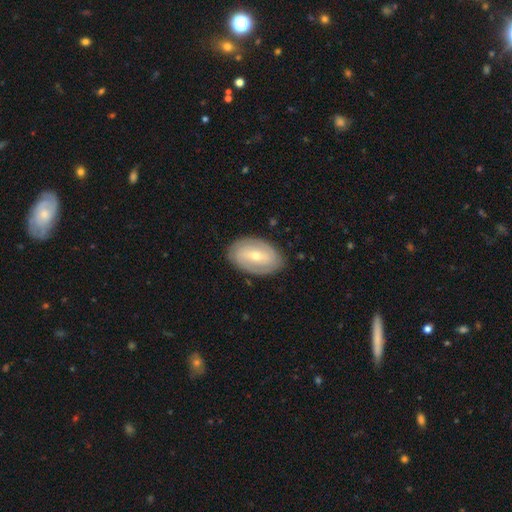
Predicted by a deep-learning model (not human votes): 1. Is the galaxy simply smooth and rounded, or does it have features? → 64% featured or disk, 30% smooth, 6% star or artifact.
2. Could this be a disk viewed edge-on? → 93% no, 7% yes.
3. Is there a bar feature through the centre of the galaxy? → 42% weak, 31% strong, 27% no.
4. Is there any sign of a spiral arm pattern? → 65% yes, 35% no.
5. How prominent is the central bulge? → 54% small, 43% moderate, 1% large, 1% none, 1% dominant.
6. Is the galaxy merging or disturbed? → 84% none, 12% minor disturbance, 3% major disturbance, 1% merger.